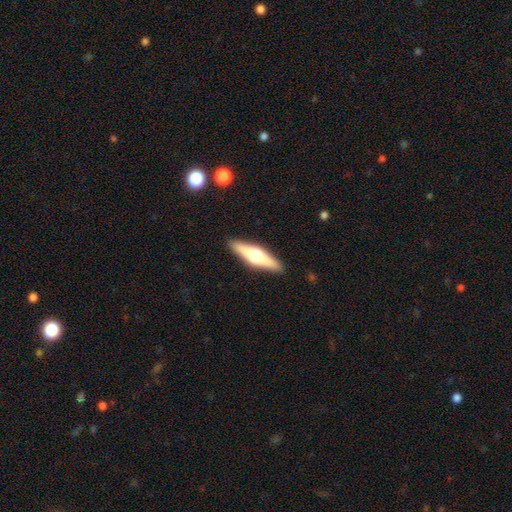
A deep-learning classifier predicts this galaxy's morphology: Smooth or featured: featured or disk — 58% (smooth — 37%)
Edge-on disk: yes — 94% (no — 6%)
Edge-on bulge: rounded — 95% (boxy — 4%)
Merging: none — 90% (minor disturbance — 7%)